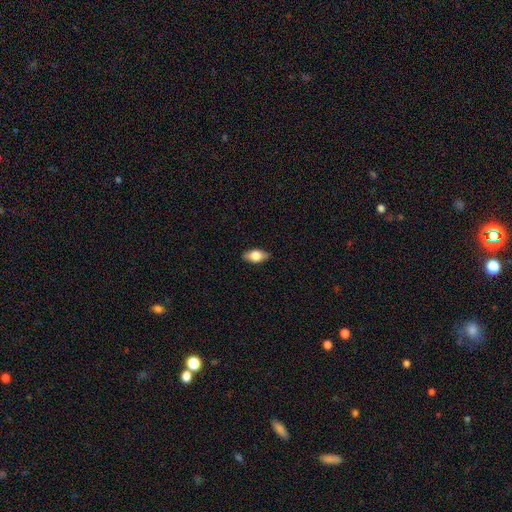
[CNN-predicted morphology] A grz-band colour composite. It shows a smooth galaxy with no disk features (71%) that is in between round and cigar-shaped (88%). Merging: none (87%).